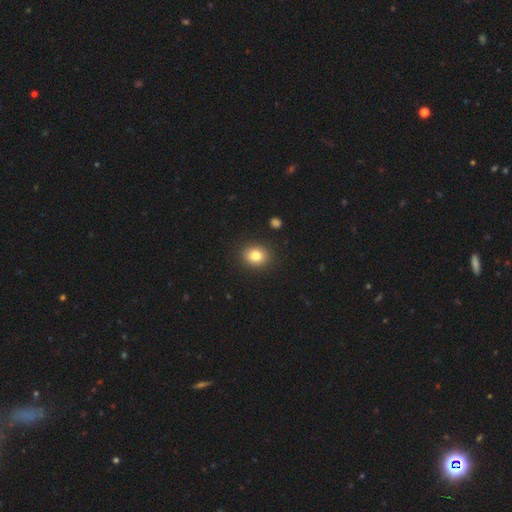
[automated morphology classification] Q: Smooth or featured?
A: smooth (81%); runner-up: star or artifact (11%)
Q: How rounded?
A: round (67%); runner-up: in between (32%)
Q: Merging?
A: none (91%); runner-up: minor disturbance (6%)